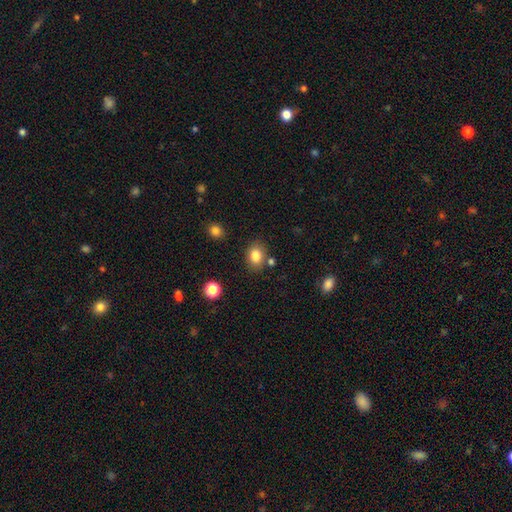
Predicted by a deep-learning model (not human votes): Smooth or featured? smooth (83%)
How rounded? in between (59%)
Merging? none (79%)